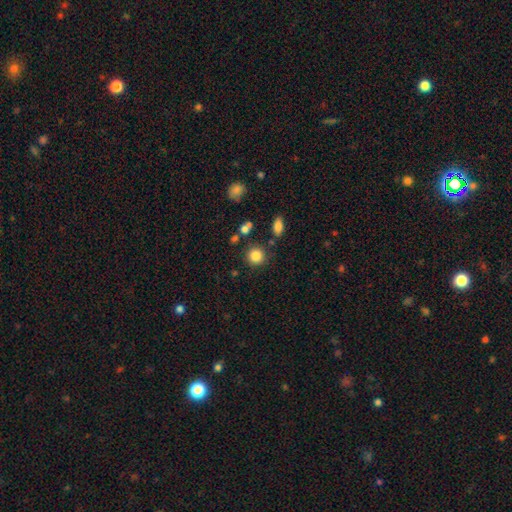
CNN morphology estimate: A smooth galaxy with no disk features (85%) that is round (90%). Merging: none (83%).